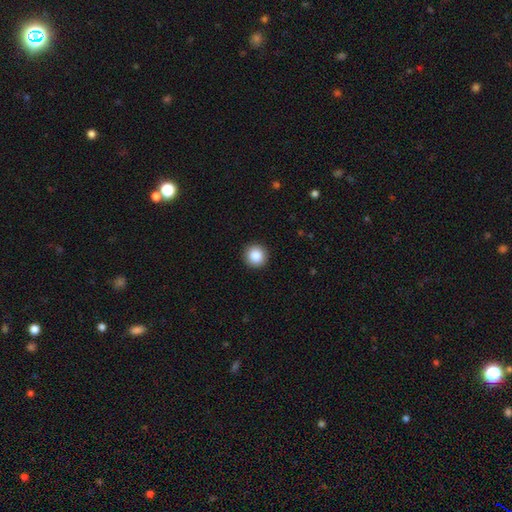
This appears to be a smooth galaxy with no disk features (88%) that is round (94%). Merging: none (91%).